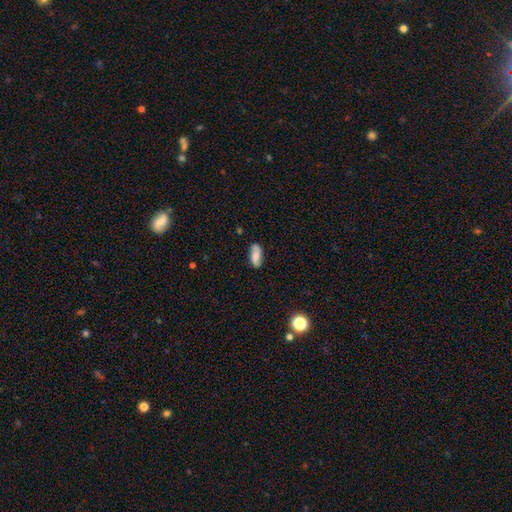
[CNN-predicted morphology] This appears to be a smooth galaxy with no disk features (70%) that is in between round and cigar-shaped (84%). Merging: none (79%).